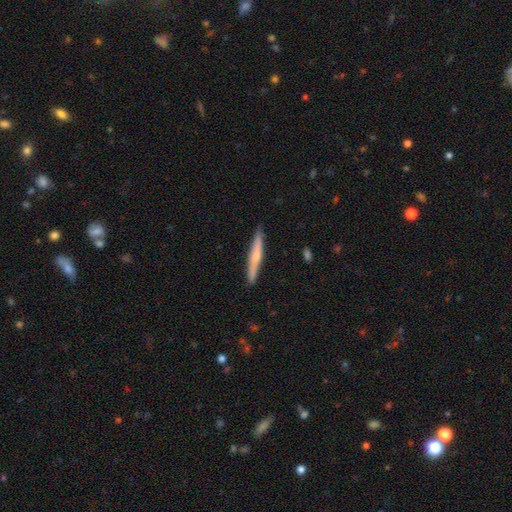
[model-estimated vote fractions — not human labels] This is possibly a smooth galaxy (51%). How rounded: clearly cigar-shaped (95%). Merging: clearly none (90%).